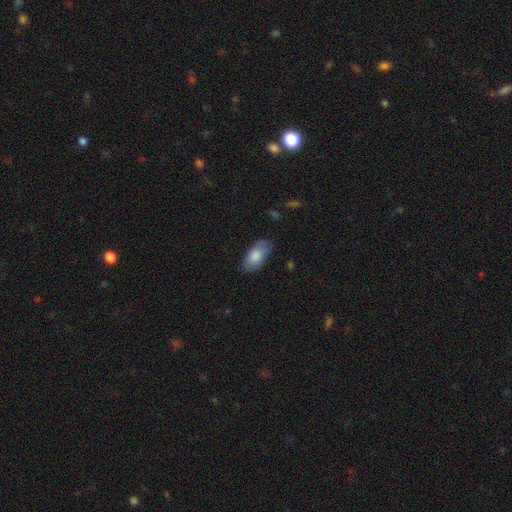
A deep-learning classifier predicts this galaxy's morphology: Q: Smooth or featured?
A: smooth (84%); runner-up: featured or disk (10%)
Q: How rounded?
A: in between (93%); runner-up: cigar-shaped (4%)
Q: Merging?
A: none (72%); runner-up: minor disturbance (22%)